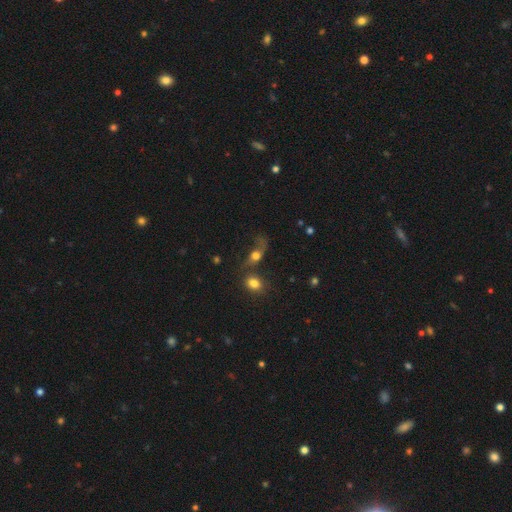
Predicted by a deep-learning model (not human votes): smooth-or-featured: smooth: 59% | featured or disk: 27% | star or artifact: 14%
  how-rounded: in between: 61% | round: 33% | cigar-shaped: 7%
  merging: major disturbance: 36% | none: 25% | merger: 24% | minor disturbance: 15%